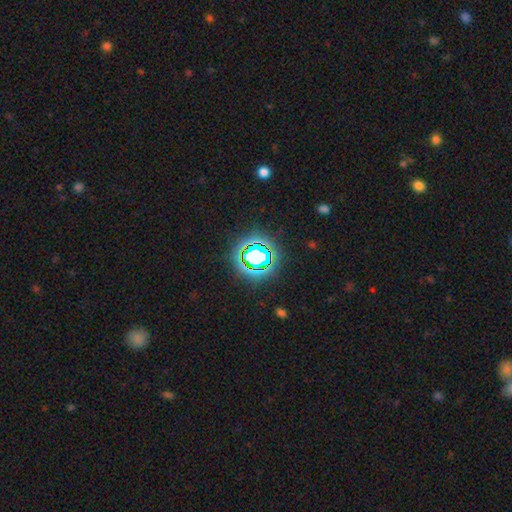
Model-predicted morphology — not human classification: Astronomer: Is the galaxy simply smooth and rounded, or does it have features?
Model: star or artifact — 65%.